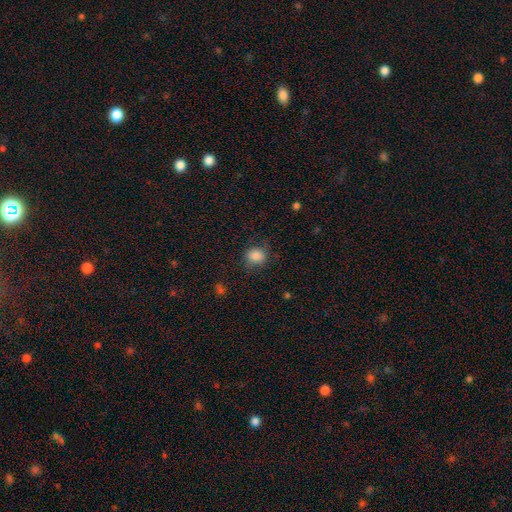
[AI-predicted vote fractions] Q: Smooth or featured?
A: smooth (84%); runner-up: star or artifact (10%)
Q: How rounded?
A: round (72%); runner-up: in between (27%)
Q: Merging?
A: none (73%); runner-up: minor disturbance (19%)